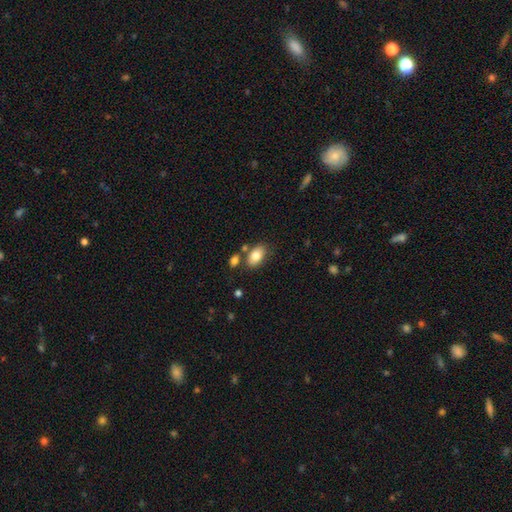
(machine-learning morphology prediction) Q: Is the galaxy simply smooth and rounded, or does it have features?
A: smooth — 81%.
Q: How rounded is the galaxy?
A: in between — 90%.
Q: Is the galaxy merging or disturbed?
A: none — 70%.